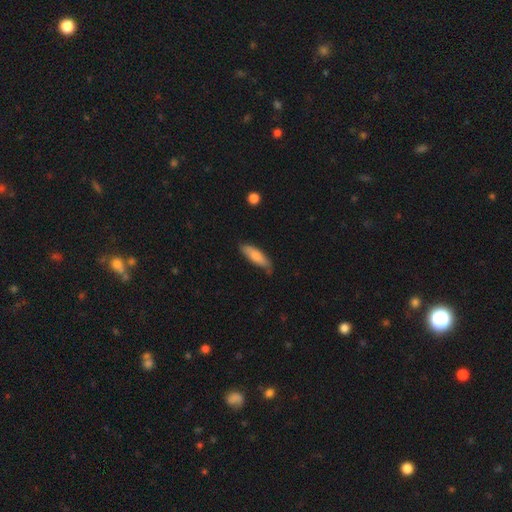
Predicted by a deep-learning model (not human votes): A smooth galaxy with no disk features (75%) that is cigar-shaped (53%).

Vote fractions:
- Smooth or featured? smooth: 75% / featured or disk: 20% / star or artifact: 5%
- How rounded? cigar-shaped: 53% / in between: 46% / round: 2%
- Merging? none: 72% / minor disturbance: 23% / major disturbance: 3% / merger: 2%